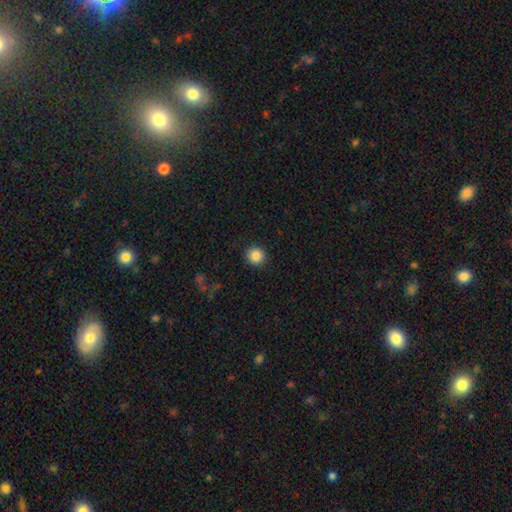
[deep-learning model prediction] Morphology: type=smooth (86%); roundness=round (93%); merging=none (91%).